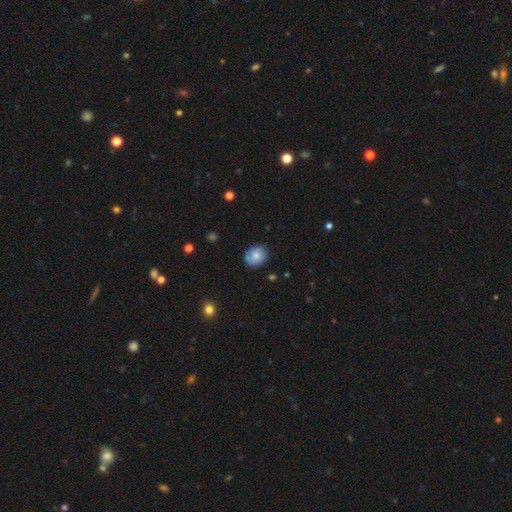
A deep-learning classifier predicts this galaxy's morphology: The model was most divided on "how rounded": round: 71%, in between: 28%, cigar-shaped: 1%. More confident: merging — none (78%); smooth or featured — smooth (77%).